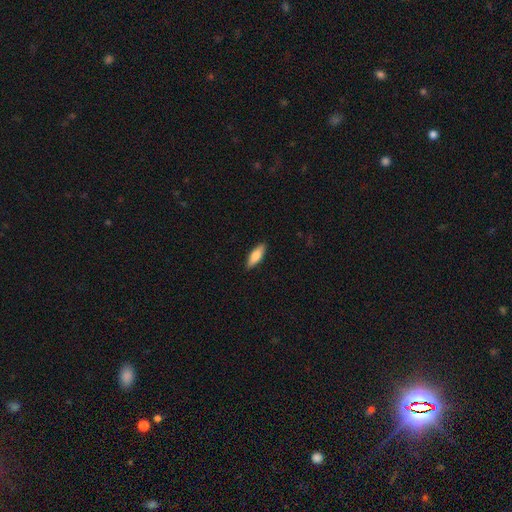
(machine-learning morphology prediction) Smooth or featured? smooth (77%)
How rounded? in between (57%)
Merging? none (89%)